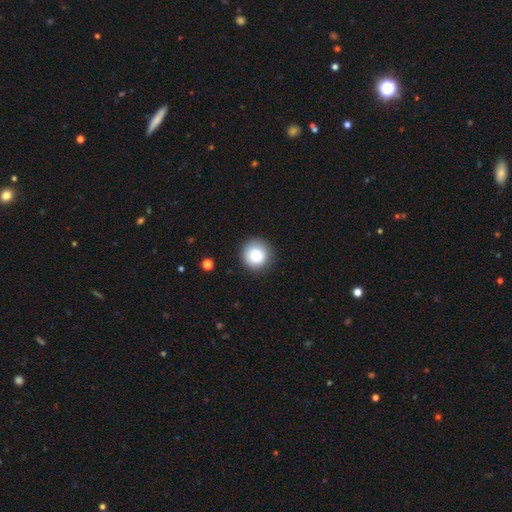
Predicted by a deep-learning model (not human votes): This is clearly a smooth galaxy (80%). How rounded: clearly round (94%). Merging: clearly none (89%).